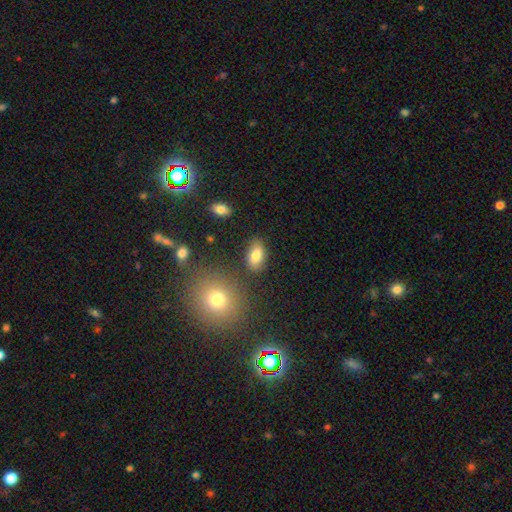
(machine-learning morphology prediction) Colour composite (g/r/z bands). It shows a smooth galaxy with no disk features (80%) that is in between round and cigar-shaped (90%). Merging: none (82%).